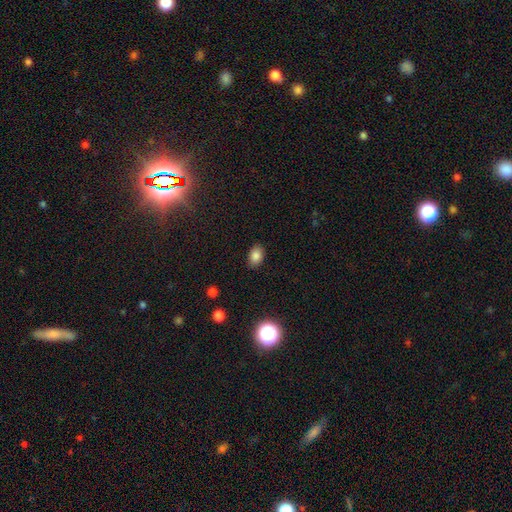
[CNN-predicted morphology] Smooth or featured?
  - smooth: 83% *
  - star or artifact: 12%
  - featured or disk: 6%
How rounded?
  - in between: 81% *
  - round: 18%
  - cigar-shaped: 1%
Merging?
  - none: 87% *
  - minor disturbance: 9%
  - major disturbance: 2%
  - merger: 1%